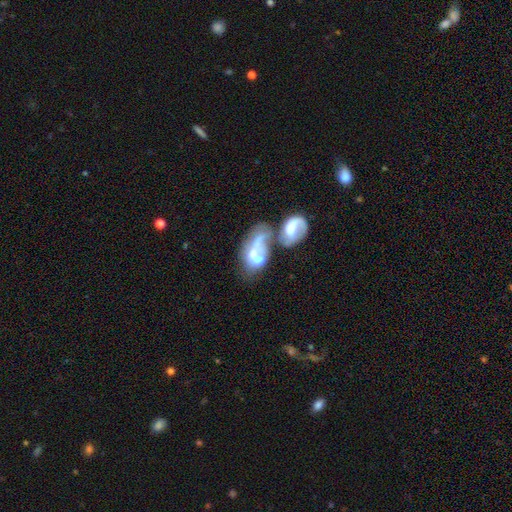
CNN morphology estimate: Overall: featured or disk (49%; smooth 40%). Merging: merger (62%; major disturbance 22%).